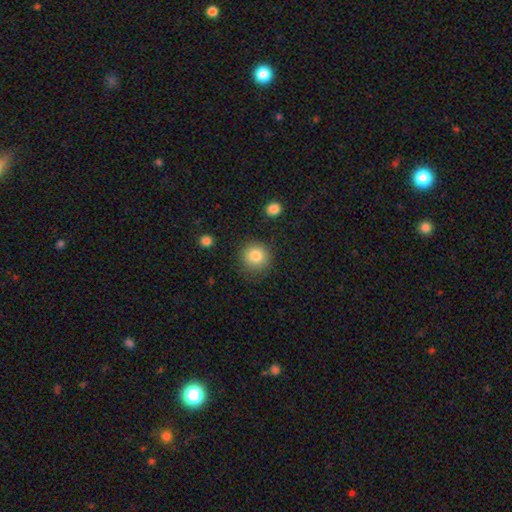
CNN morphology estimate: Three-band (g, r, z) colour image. It shows a smooth galaxy with no disk features (83%) that is round (93%). Merging: none (86%).